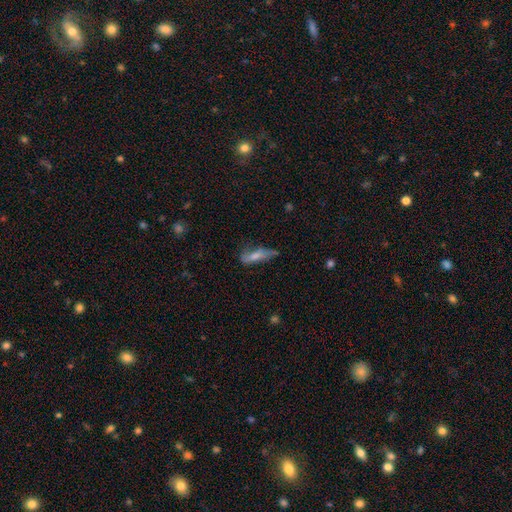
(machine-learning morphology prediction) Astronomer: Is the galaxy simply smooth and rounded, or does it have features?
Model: smooth — 64%.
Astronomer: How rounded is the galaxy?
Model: cigar-shaped — 50% (runner-up: in between, 48%).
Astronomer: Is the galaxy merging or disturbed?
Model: none — 38% (runner-up: minor disturbance, 34%).